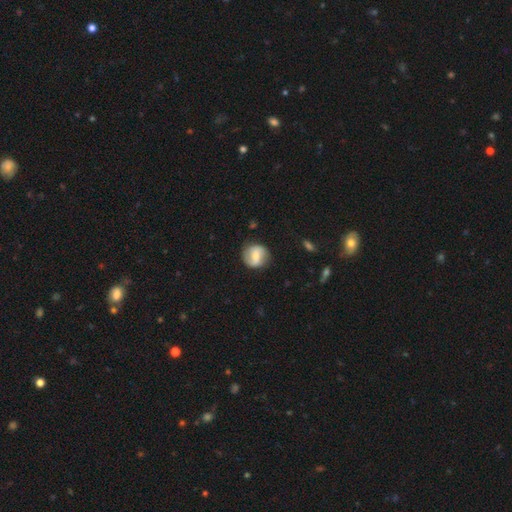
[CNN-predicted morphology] smooth_or_featured: featured or disk (p=0.51) [alt: smooth p=0.42]
disk_edge_on: no (p=0.97) [alt: yes p=0.03]
merging: none (p=0.80) [alt: minor disturbance p=0.14]